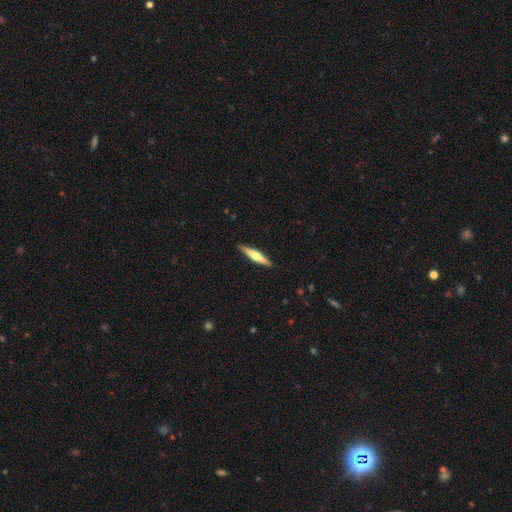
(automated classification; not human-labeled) smooth-or-featured: featured or disk: 57% | smooth: 38% | star or artifact: 5%
  disk-edge-on: yes: 97% | no: 3%
    edge-on-bulge: rounded: 87% | boxy: 8% | none: 6%
  merging: none: 90% | minor disturbance: 7% | major disturbance: 1% | merger: 1%